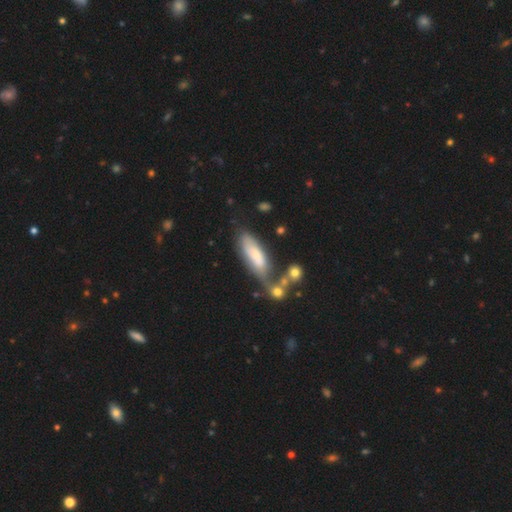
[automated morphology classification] A smooth galaxy with no disk features (60%) that is in between round and cigar-shaped (66%). Merging: none (36%).